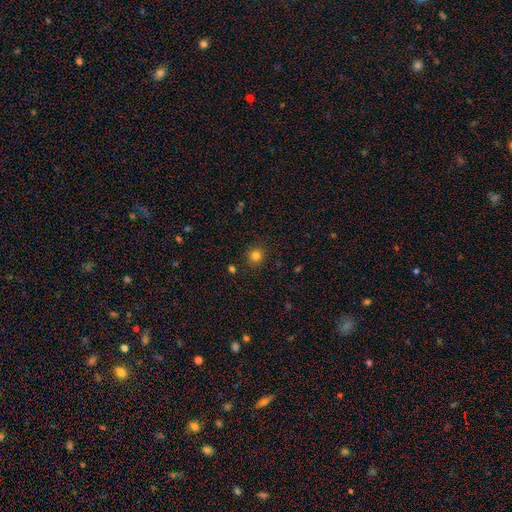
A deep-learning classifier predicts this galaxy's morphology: This appears to be a smooth galaxy with no disk features (81%) that is round (90%). Merging: none (89%).